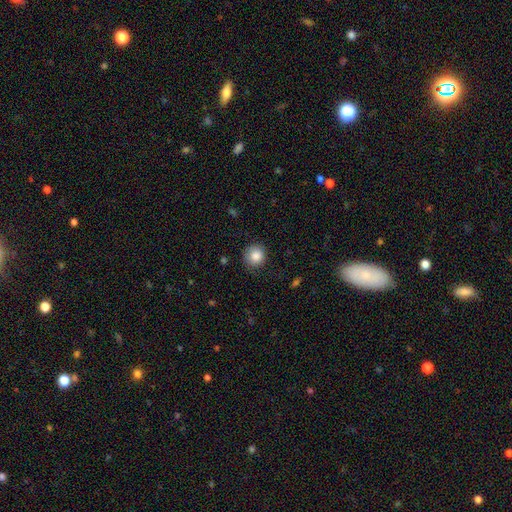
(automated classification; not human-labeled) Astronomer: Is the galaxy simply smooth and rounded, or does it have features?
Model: smooth — 86%.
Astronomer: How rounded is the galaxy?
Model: round — 88%.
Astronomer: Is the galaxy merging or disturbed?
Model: none — 80%.